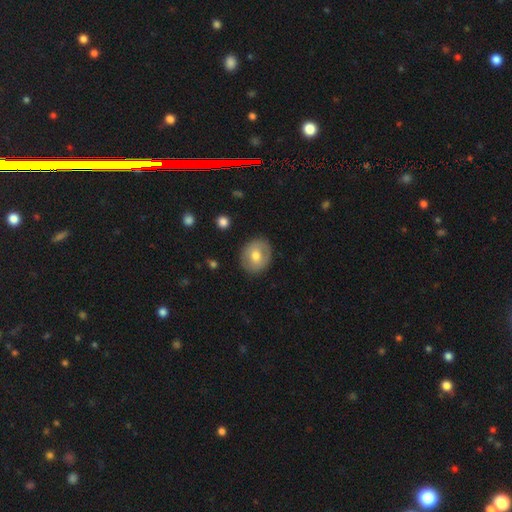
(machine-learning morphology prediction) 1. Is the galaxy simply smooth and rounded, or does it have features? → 62% smooth, 31% featured or disk, 7% star or artifact.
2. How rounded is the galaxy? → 67% round, 32% in between, 1% cigar-shaped.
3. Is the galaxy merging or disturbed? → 86% none, 10% minor disturbance, 3% major disturbance, 1% merger.